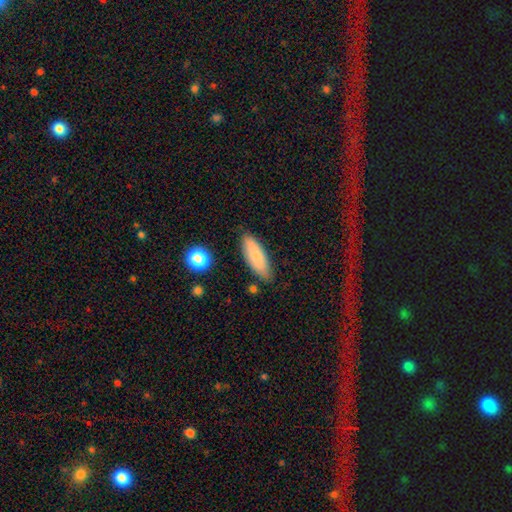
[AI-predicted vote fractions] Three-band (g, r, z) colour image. It shows a smooth galaxy with no disk features (79%) that is in between round and cigar-shaped (63%). Merging: none (81%).